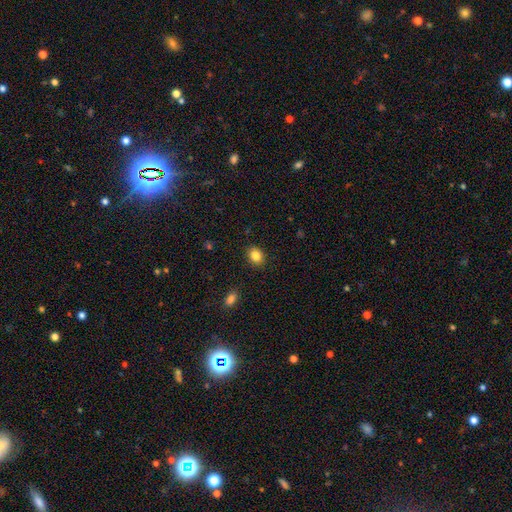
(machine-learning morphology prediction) Smooth or featured? smooth (85%)
How rounded? in between (56%)
Merging? none (89%)